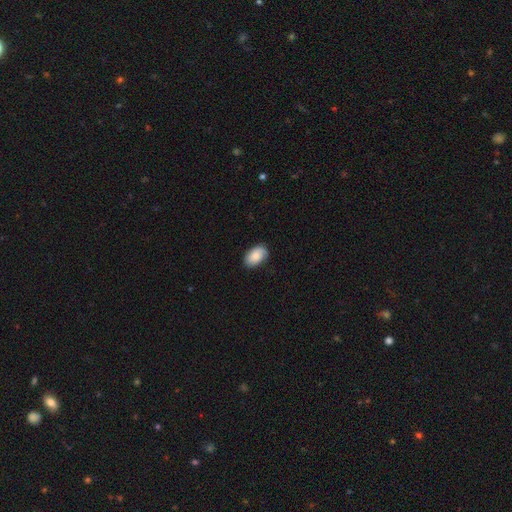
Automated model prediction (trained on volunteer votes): The model was most divided on "merging": none: 79%, minor disturbance: 16%, major disturbance: 3%, merger: 1%. More confident: how rounded — in between (91%); smooth or featured — smooth (81%).